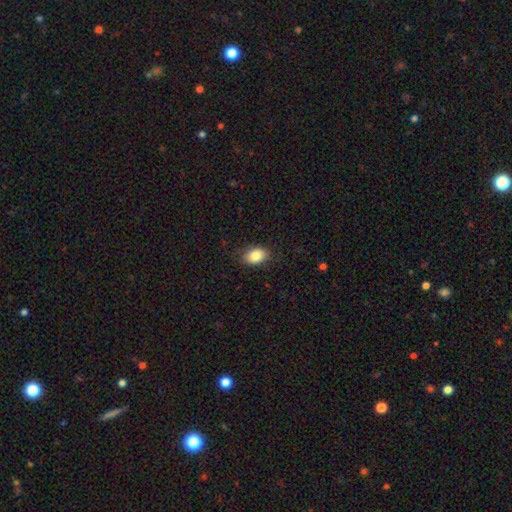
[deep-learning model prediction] The model was most divided on "how rounded": in between: 82%, round: 17%, cigar-shaped: 1%. More confident: smooth or featured — smooth (85%); merging — none (84%).